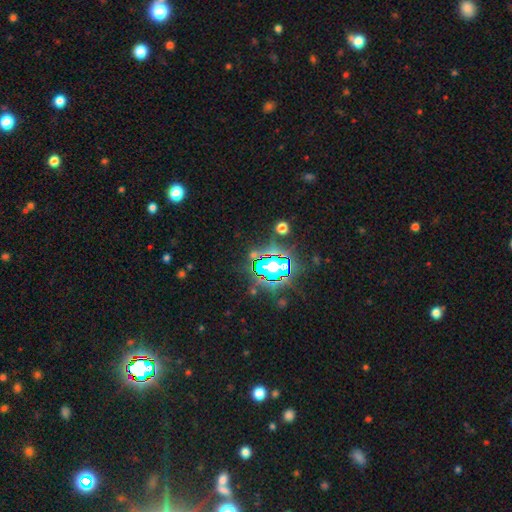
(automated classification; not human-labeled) A star or artifact, not a galaxy (76%).

Vote fractions:
- Smooth or featured? star or artifact: 76% / smooth: 15% / featured or disk: 10%